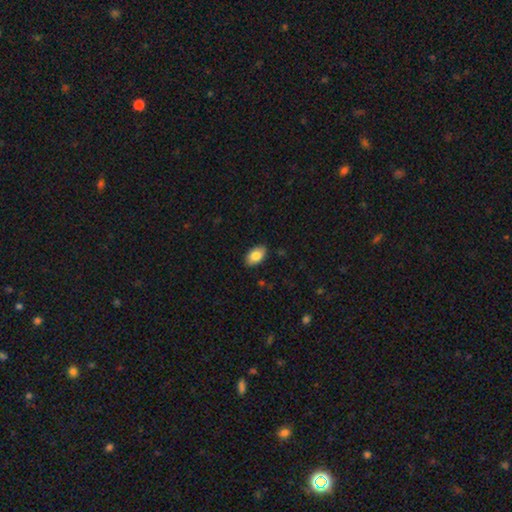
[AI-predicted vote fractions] Smooth or featured? Predicted: smooth (p=0.84). How rounded? Predicted: in between (p=0.93). Merging? Predicted: none (p=0.88).